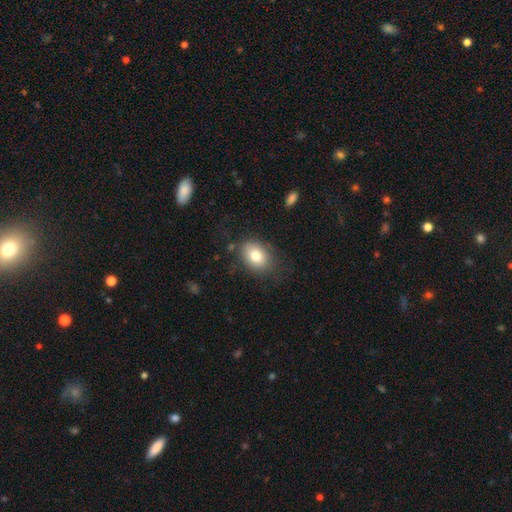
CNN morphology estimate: Smooth or featured? smooth (79%)
How rounded? in between (73%)
Merging? none (78%)